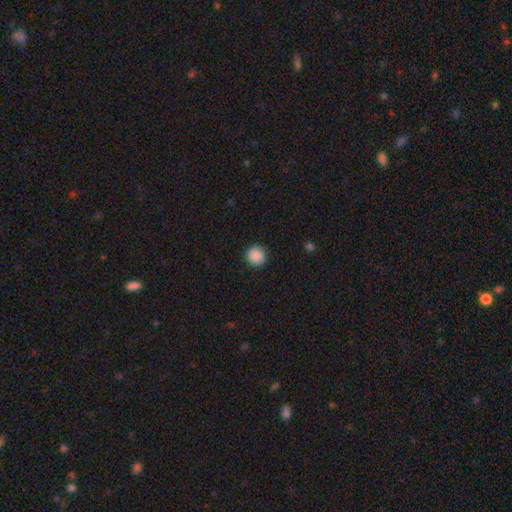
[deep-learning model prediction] smooth-or-featured: smooth: 89% | star or artifact: 9% | featured or disk: 3%
  how-rounded: round: 95% | in between: 4% | cigar-shaped: 1%
  merging: none: 91% | minor disturbance: 6% | major disturbance: 2% | merger: 1%